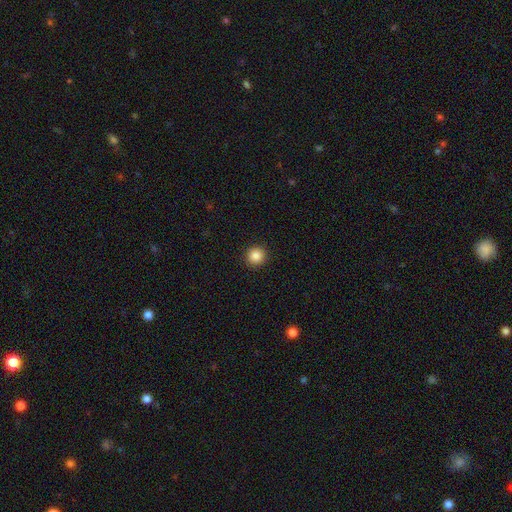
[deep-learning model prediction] smooth 86%, star or artifact 10%, featured or disk 4%. Down the decision tree: how rounded — round (94%); merging — none (92%).